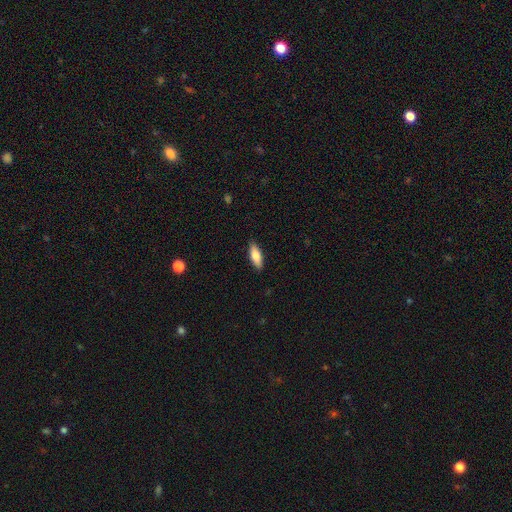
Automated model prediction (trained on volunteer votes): smooth-or-featured: smooth: 74% | featured or disk: 20% | star or artifact: 6%
  how-rounded: in between: 63% | cigar-shaped: 35% | round: 2%
  merging: none: 88% | minor disturbance: 9% | major disturbance: 2% | merger: 1%